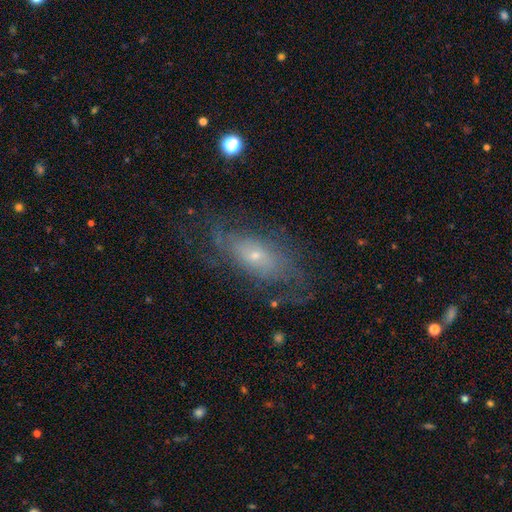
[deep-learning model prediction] Morphology: type=featured or disk (67%); edge-on=no (89%); bar=no (75%); spiral arms=yes (76%); bulge=small (72%); merging=none (64%).